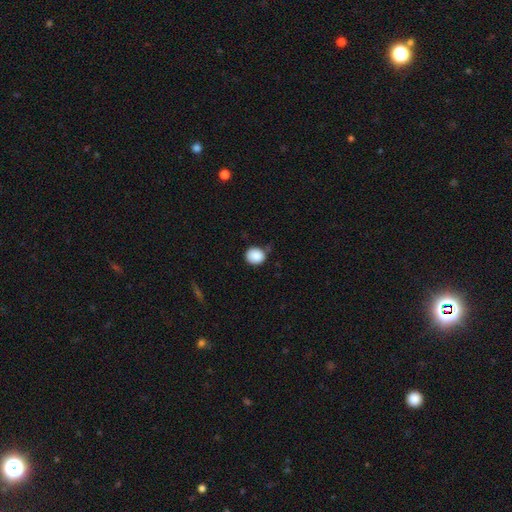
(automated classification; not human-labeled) Smooth or featured: smooth — 88% (star or artifact — 8%)
How rounded: round — 83% (in between — 16%)
Merging: none — 71% (minor disturbance — 22%)